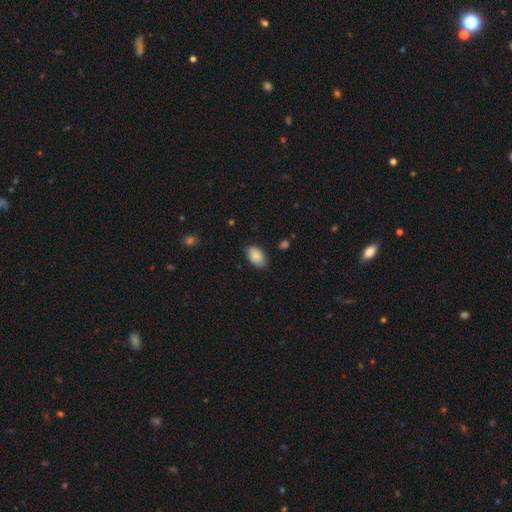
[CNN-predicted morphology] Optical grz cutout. It shows a smooth galaxy with no disk features (88%) that is in between round and cigar-shaped (92%). Merging: none (76%).